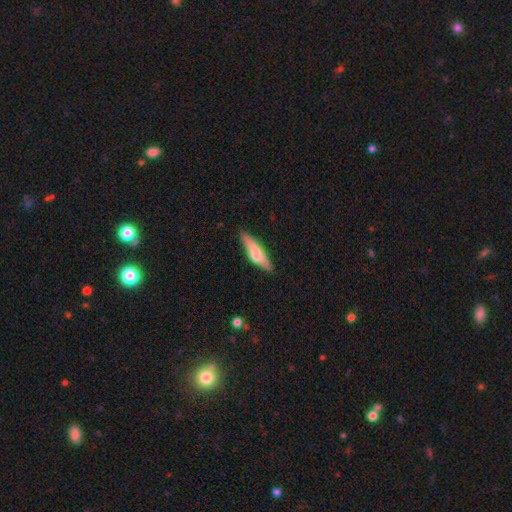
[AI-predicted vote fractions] Overall: smooth (61%; featured or disk 33%). How rounded: cigar-shaped (66%; in between 32%). Merging: none (80%).